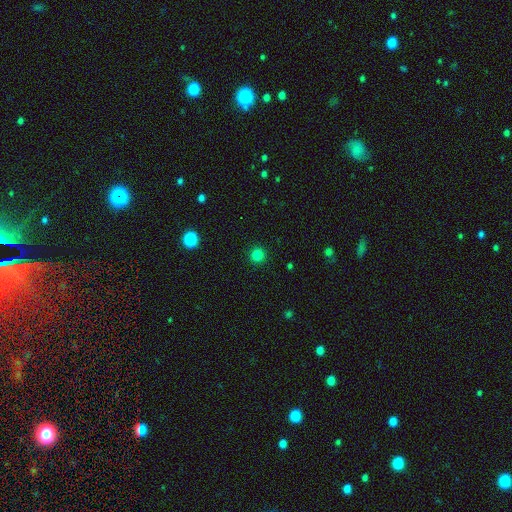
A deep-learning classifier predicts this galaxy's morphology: Smooth or featured?
  - smooth: 82% *
  - star or artifact: 15%
  - featured or disk: 3%
How rounded?
  - round: 94% *
  - in between: 5%
  - cigar-shaped: 1%
Merging?
  - none: 92% *
  - minor disturbance: 5%
  - major disturbance: 2%
  - merger: 1%